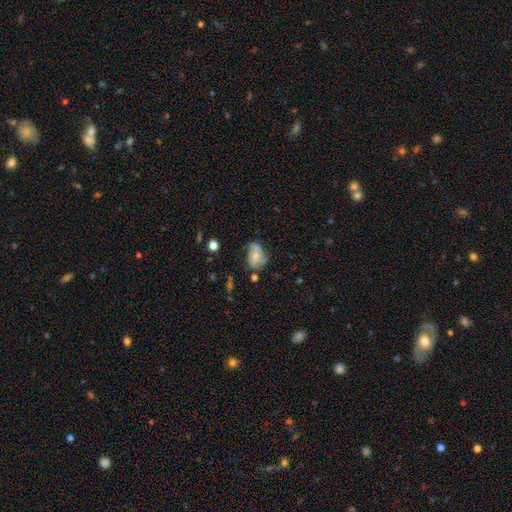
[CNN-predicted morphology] Smooth or featured?
  - smooth: 48% *
  - featured or disk: 43%
  - star or artifact: 9%
Merging?
  - none: 47% *
  - minor disturbance: 34%
  - major disturbance: 14%
  - merger: 5%